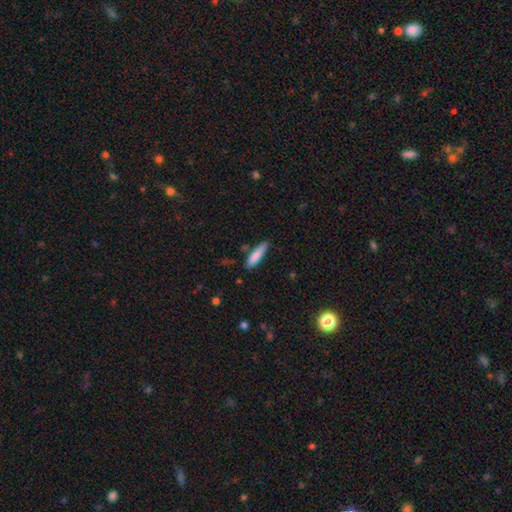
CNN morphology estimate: Smooth or featured?
  - smooth: 84% *
  - featured or disk: 10%
  - star or artifact: 6%
How rounded?
  - cigar-shaped: 72% *
  - in between: 26%
  - round: 1%
Merging?
  - none: 71% *
  - minor disturbance: 22%
  - merger: 4%
  - major disturbance: 4%